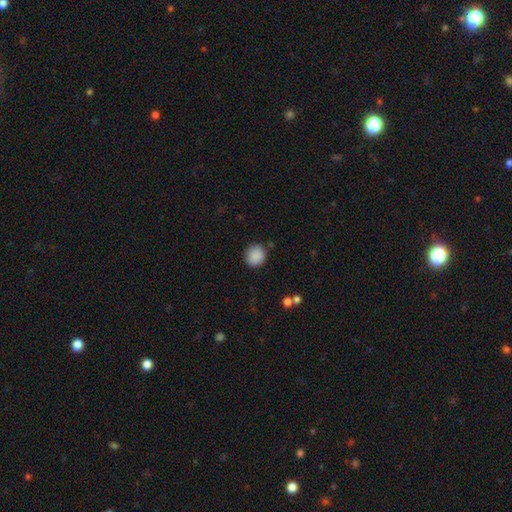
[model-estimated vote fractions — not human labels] Smooth or featured? Predicted: smooth (p=0.89). How rounded? Predicted: round (p=0.89). Merging? Predicted: none (p=0.87).